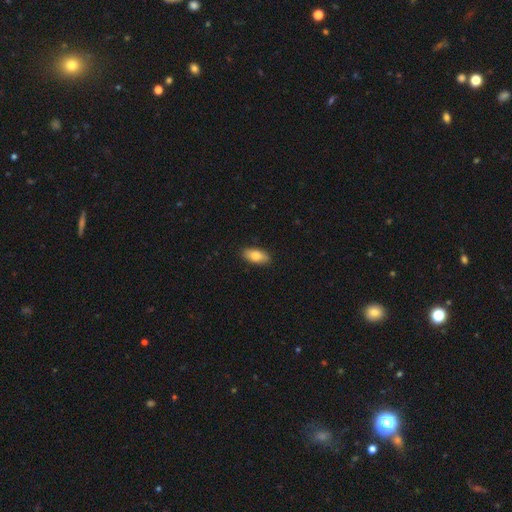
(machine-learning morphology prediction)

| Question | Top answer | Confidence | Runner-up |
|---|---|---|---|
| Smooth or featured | smooth | 79% | featured or disk (15%) |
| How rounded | in between | 87% | cigar-shaped (10%) |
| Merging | none | 89% | minor disturbance (9%) |